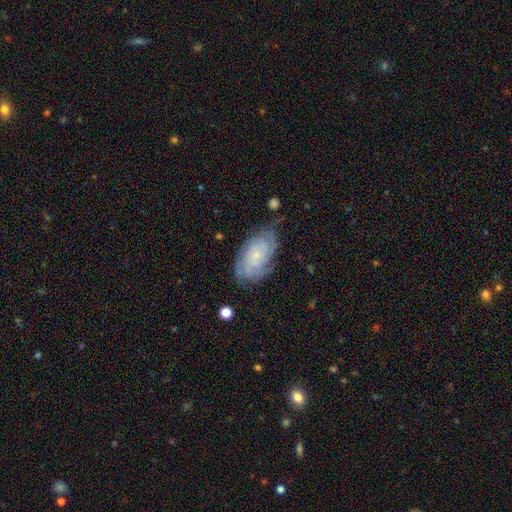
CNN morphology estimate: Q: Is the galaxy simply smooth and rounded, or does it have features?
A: featured or disk — 67%.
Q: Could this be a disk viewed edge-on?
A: no — 95%.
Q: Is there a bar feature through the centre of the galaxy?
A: no — 77%.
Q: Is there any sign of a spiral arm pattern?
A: yes — 90%.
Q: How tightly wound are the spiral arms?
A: tight — 68%.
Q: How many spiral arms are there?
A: can't tell — 48%.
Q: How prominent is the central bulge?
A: small — 74%.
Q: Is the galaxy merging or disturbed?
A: none — 66%.